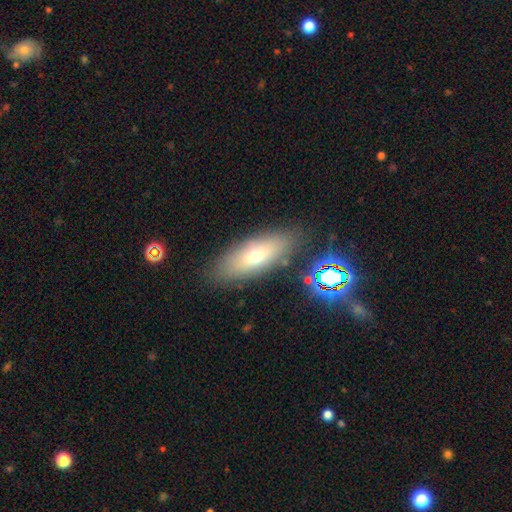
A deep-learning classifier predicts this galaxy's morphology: type=smooth (62%); roundness=in between (69%); merging=none (82%).